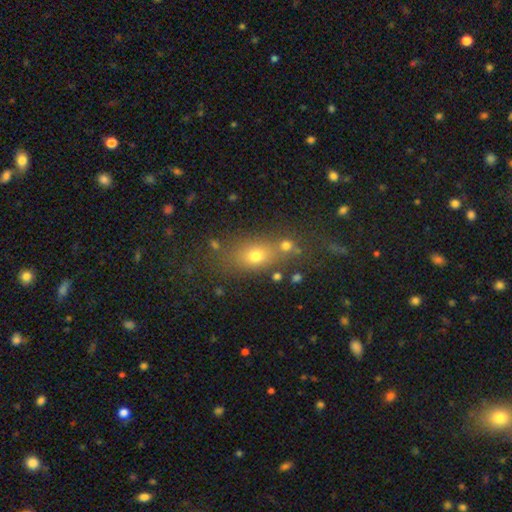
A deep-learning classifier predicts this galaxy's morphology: Smooth or featured: smooth — 66% (star or artifact — 19%)
How rounded: in between — 59% (round — 36%)
Merging: none — 62% (merger — 18%)